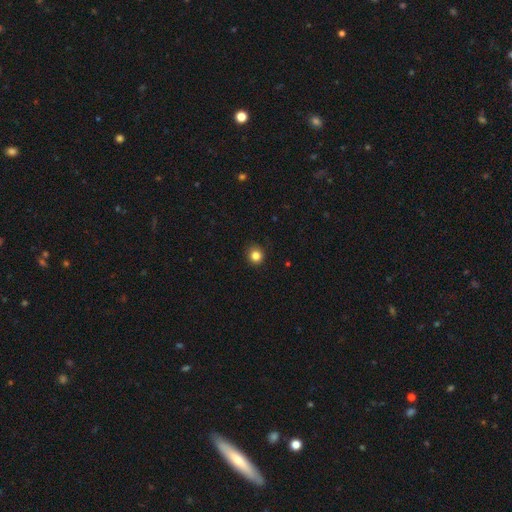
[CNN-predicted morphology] Smooth or featured? smooth (83%)
How rounded? round (91%)
Merging? none (91%)